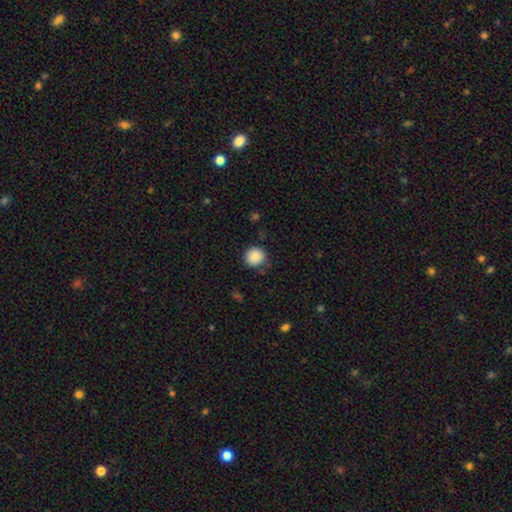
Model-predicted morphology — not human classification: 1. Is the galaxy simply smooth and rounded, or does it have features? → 88% smooth, 9% star or artifact, 3% featured or disk.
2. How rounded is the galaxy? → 90% round, 9% in between, 1% cigar-shaped.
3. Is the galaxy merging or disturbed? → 80% none, 14% minor disturbance, 4% major disturbance, 2% merger.